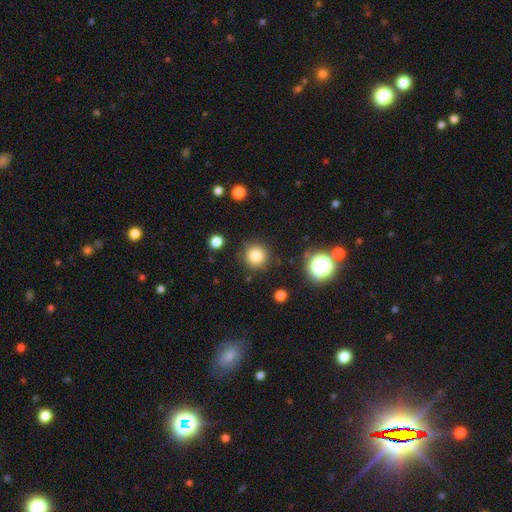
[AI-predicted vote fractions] Overall: smooth (81%). How rounded: round (94%). Merging: none (87%).